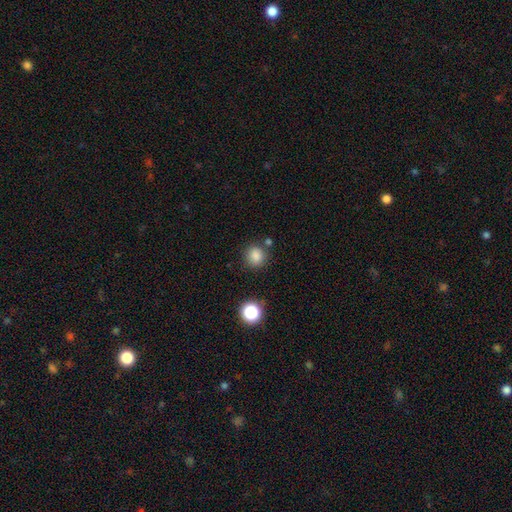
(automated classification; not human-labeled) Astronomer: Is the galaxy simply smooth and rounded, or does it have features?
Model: smooth — 83%.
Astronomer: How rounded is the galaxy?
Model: round — 84%.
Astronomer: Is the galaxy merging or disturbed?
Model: none — 80%.